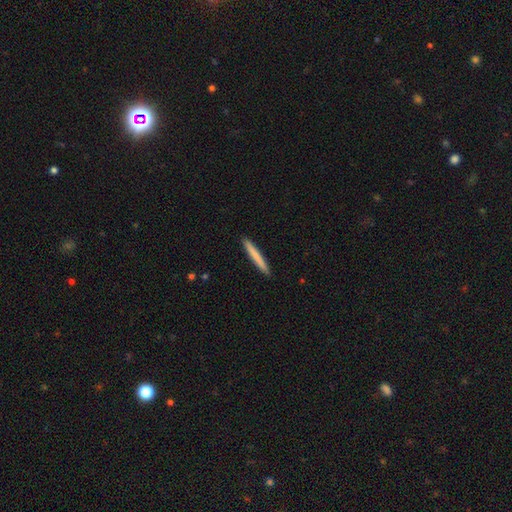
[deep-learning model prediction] A smooth galaxy with no disk features (77%) that is cigar-shaped (97%). Merging: none (93%).